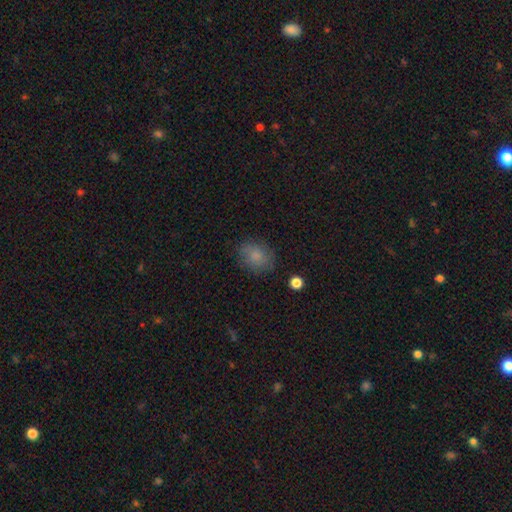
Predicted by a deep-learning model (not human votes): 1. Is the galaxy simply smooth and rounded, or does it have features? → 82% smooth, 10% star or artifact, 9% featured or disk.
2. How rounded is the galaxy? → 50% round, 48% in between, 1% cigar-shaped.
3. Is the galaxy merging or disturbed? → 80% none, 14% minor disturbance, 4% major disturbance, 2% merger.